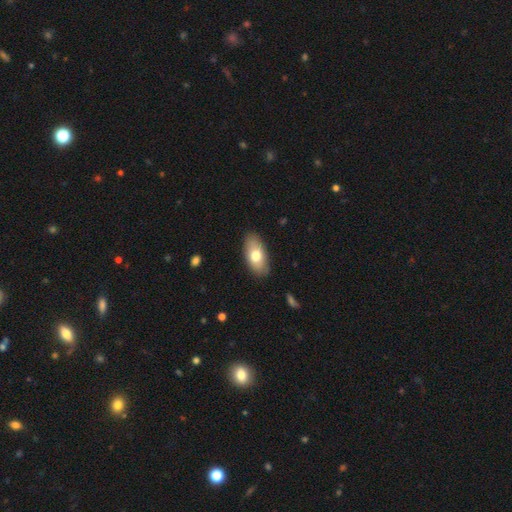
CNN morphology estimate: Smooth or featured? smooth (72%)
How rounded? in between (91%)
Merging? none (86%)